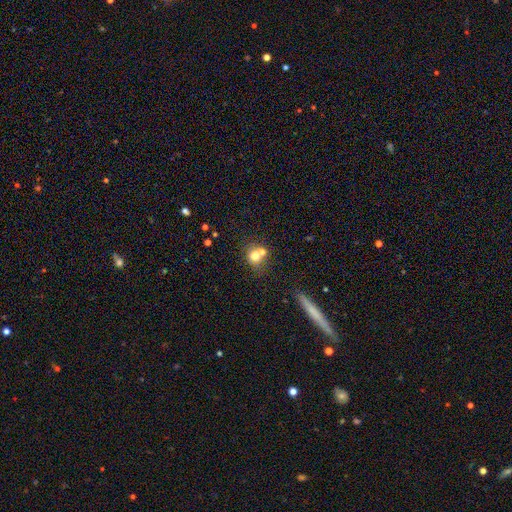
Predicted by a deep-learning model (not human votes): This appears to be a smooth galaxy with no disk features (71%) that is round (80%). Merging: merger (51%).